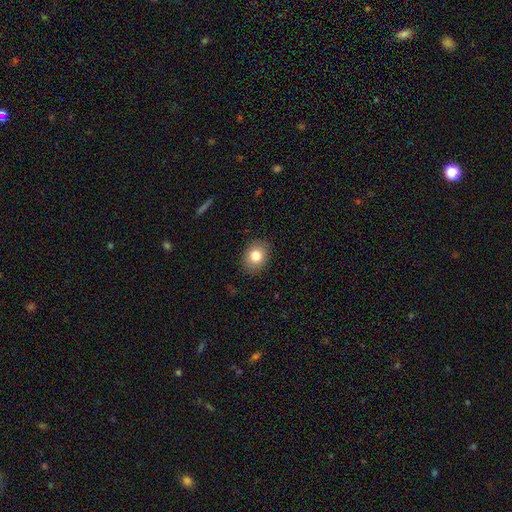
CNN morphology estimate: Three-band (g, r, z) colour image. It shows a smooth galaxy with no disk features (80%) that is in between round and cigar-shaped (55%). Merging: none (86%).